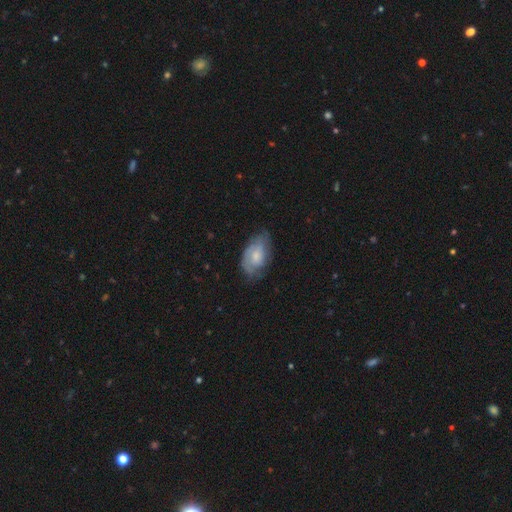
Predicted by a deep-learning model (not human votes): The model was most divided on "smooth or featured": featured or disk: 49%, smooth: 44%, star or artifact: 7%. More confident: merging — none (58%).